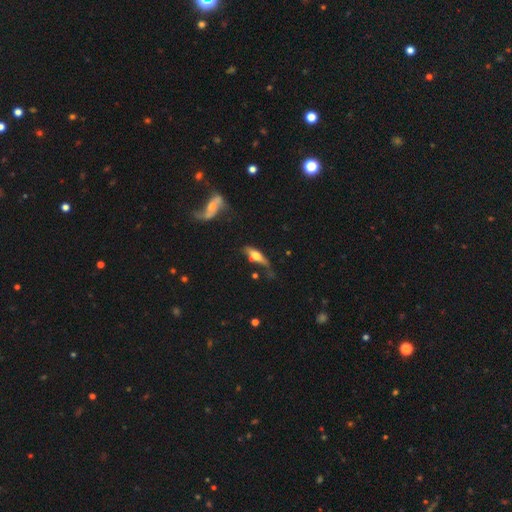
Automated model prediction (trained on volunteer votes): A featured or disk galaxy (49%). Merging: none (41%).